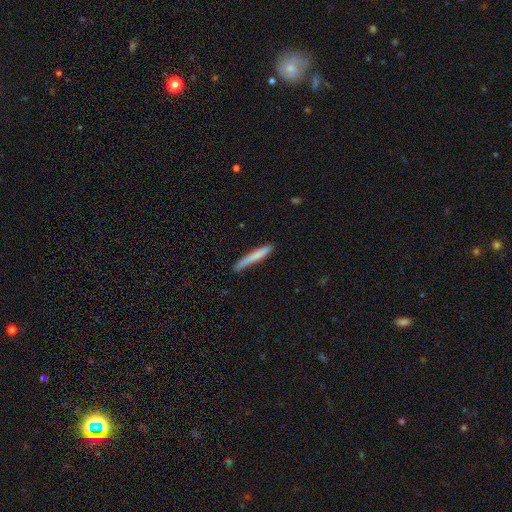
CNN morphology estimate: The model was most divided on "smooth or featured": smooth: 76%, featured or disk: 18%, star or artifact: 6%. More confident: how rounded — cigar-shaped (96%); merging — none (81%).